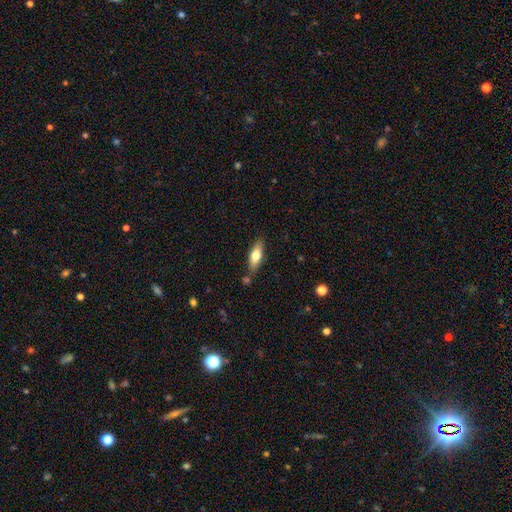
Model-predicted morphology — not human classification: Overall: smooth (69%). How rounded: in between (63%; cigar-shaped 35%). Merging: none (76%).